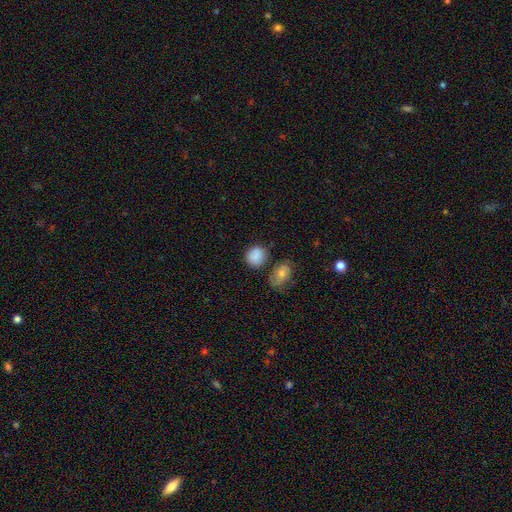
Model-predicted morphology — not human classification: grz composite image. It shows a smooth galaxy with no disk features (83%) that is round (73%). Merging: none (67%).